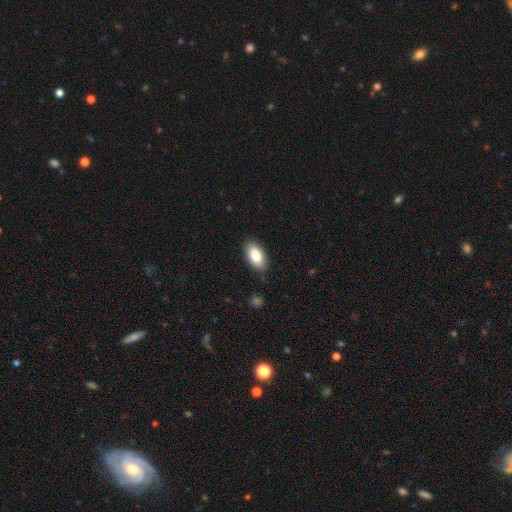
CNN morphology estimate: Q: Smooth or featured?
A: smooth (85%); runner-up: featured or disk (9%)
Q: How rounded?
A: in between (94%); runner-up: cigar-shaped (3%)
Q: Merging?
A: none (86%); runner-up: minor disturbance (11%)